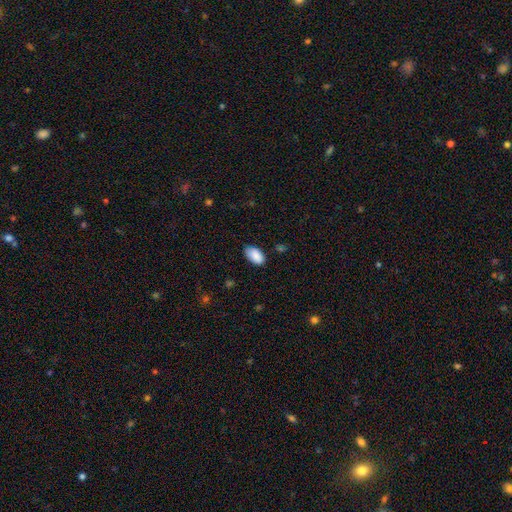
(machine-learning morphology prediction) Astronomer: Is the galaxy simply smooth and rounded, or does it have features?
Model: smooth — 88%.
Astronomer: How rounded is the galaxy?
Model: in between — 94%.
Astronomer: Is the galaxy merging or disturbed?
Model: none — 76%.